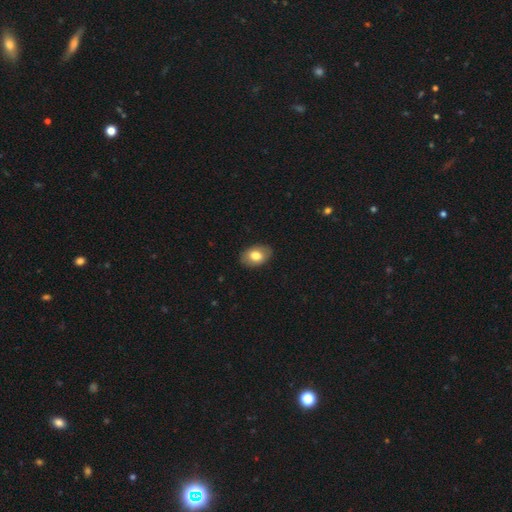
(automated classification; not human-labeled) This appears to be a smooth galaxy with no disk features (77%) that is in between round and cigar-shaped (85%). Merging: none (87%).